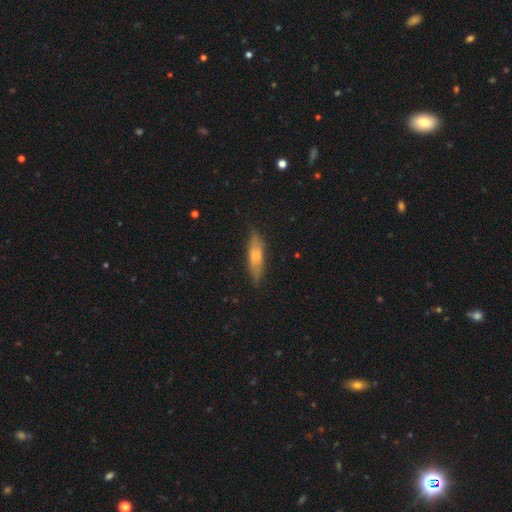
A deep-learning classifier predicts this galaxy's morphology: smooth-or-featured: smooth: 55% | featured or disk: 38% | star or artifact: 7%
  how-rounded: cigar-shaped: 70% | in between: 28% | round: 2%
  merging: none: 80% | minor disturbance: 15% | major disturbance: 3% | merger: 1%